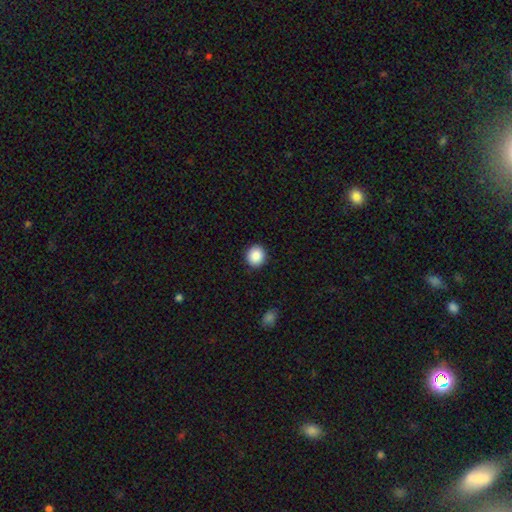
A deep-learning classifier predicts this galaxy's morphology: Smooth or featured?
  - smooth: 89% *
  - star or artifact: 8%
  - featured or disk: 3%
How rounded?
  - round: 91% *
  - in between: 9%
  - cigar-shaped: 1%
Merging?
  - none: 92% *
  - minor disturbance: 5%
  - major disturbance: 2%
  - merger: 1%